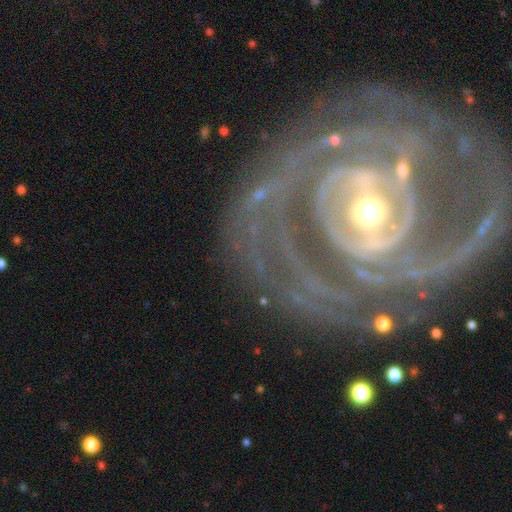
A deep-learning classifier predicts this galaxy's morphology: This appears to be a featured or disk galaxy (85%) with no bar (40%), tight (73%) spiral arms (89%) and a moderate central bulge (63%). Merging: none (71%).